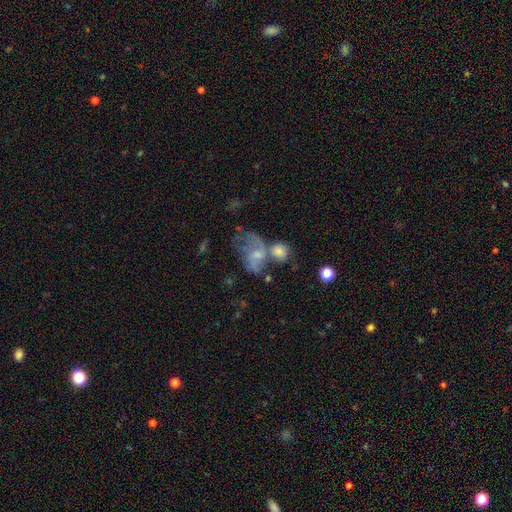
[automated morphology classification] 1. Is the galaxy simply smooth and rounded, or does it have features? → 53% featured or disk, 36% smooth, 11% star or artifact.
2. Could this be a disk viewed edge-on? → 97% no, 3% yes.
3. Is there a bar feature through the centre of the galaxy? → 60% no, 33% weak, 7% strong.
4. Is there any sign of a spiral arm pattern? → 67% yes, 33% no.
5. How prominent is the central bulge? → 43% small, 34% moderate, 16% none, 5% large, 2% dominant.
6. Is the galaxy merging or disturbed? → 42% merger, 25% major disturbance, 19% none, 13% minor disturbance.